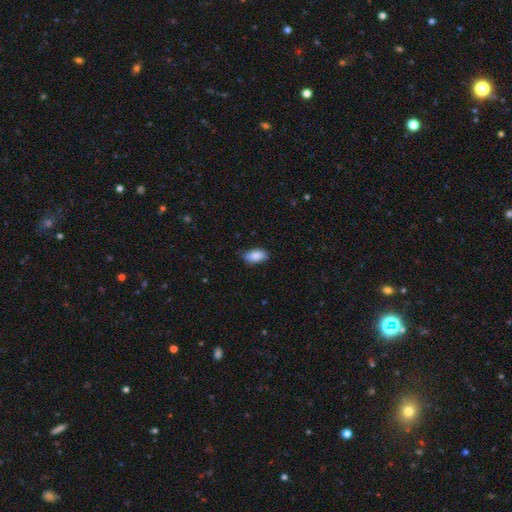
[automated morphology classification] This appears to be a smooth galaxy with no disk features (87%) that is in between round and cigar-shaped (92%). Merging: none (79%).